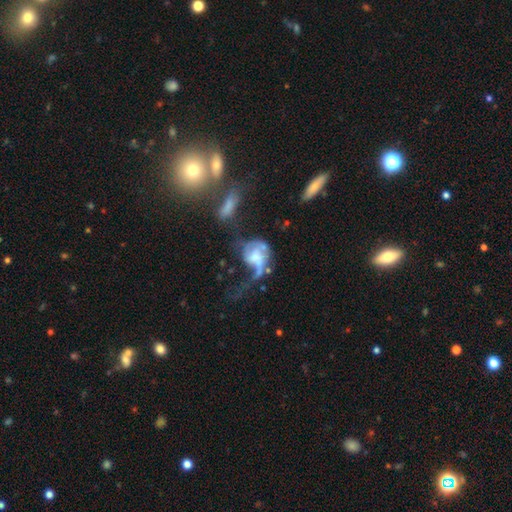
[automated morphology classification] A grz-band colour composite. It shows a featured or disk galaxy (64%) with no bar (69%), spiral arms (68%) and a moderate central bulge (30%). Merging: major disturbance (48%).